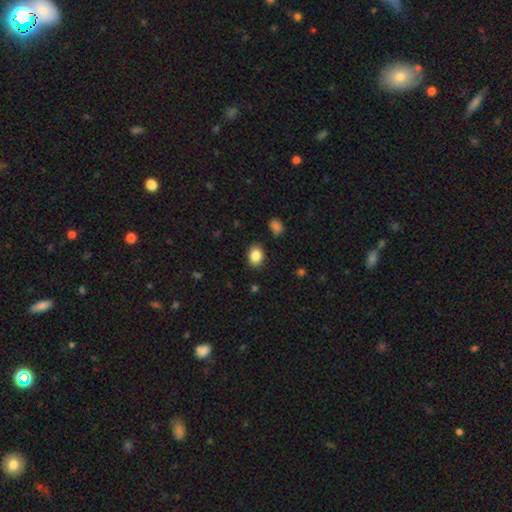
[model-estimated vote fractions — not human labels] smooth-or-featured: smooth: 85% | star or artifact: 9% | featured or disk: 6%
  how-rounded: in between: 61% | round: 38% | cigar-shaped: 1%
  merging: none: 86% | minor disturbance: 10% | major disturbance: 2% | merger: 2%